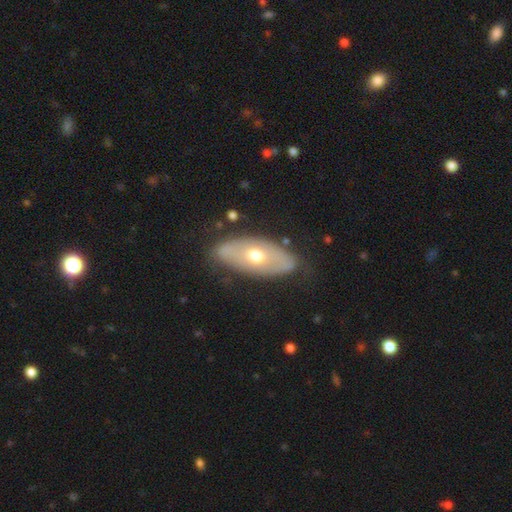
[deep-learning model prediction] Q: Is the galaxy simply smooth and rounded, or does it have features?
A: featured or disk — 53%.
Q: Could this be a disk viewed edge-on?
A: no — 79%.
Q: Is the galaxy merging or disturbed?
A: none — 80%.